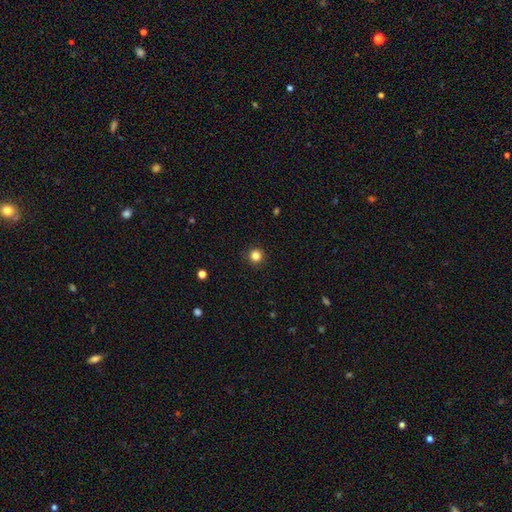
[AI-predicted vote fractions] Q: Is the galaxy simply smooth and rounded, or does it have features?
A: smooth — 83%.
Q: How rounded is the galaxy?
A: round — 96%.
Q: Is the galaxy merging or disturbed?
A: none — 93%.